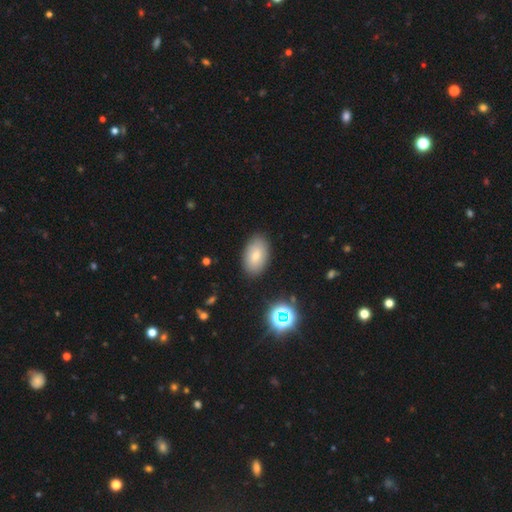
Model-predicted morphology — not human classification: Smooth or featured? Predicted: smooth (p=0.76). How rounded? Predicted: in between (p=0.92). Merging? Predicted: none (p=0.86).